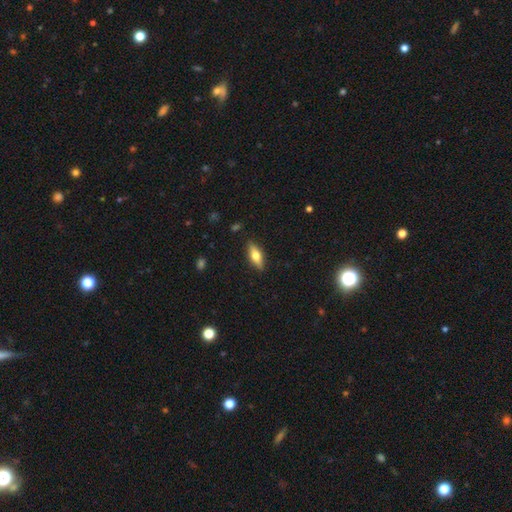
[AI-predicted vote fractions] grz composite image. It shows a smooth galaxy with no disk features (57%) that is in between round and cigar-shaped (62%). Merging: none (88%).